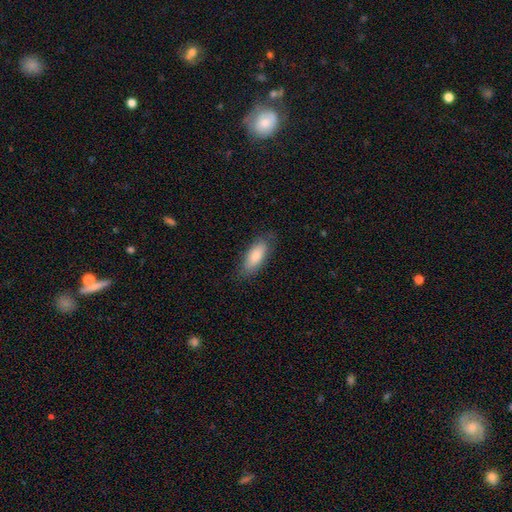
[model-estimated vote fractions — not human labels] This appears to be a smooth galaxy with no disk features (81%) that is in between round and cigar-shaped (80%). Merging: none (78%).